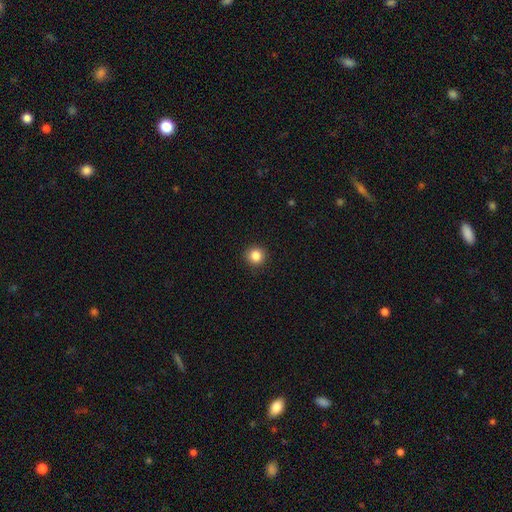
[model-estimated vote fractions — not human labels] Smooth or featured: smooth — 85% (star or artifact — 10%)
How rounded: round — 93% (in between — 6%)
Merging: none — 92% (minor disturbance — 6%)